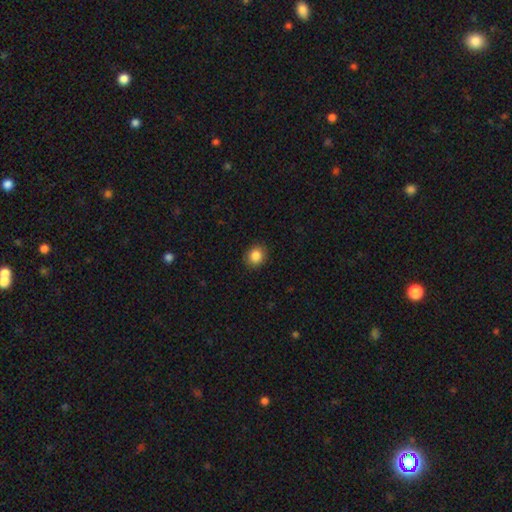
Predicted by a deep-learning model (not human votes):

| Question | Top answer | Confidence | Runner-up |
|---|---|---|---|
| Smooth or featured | smooth | 86% | star or artifact (9%) |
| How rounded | round | 78% | in between (22%) |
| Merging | none | 90% | minor disturbance (7%) |